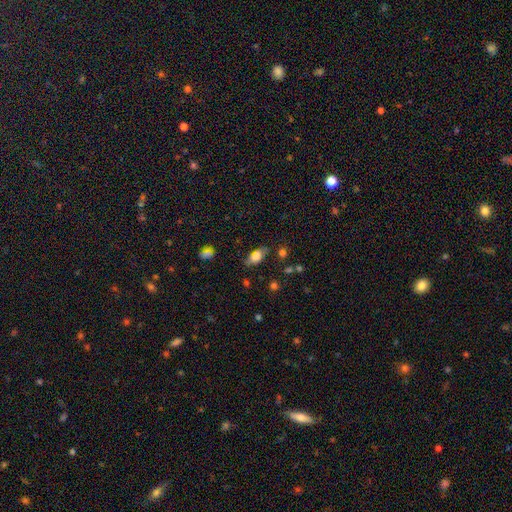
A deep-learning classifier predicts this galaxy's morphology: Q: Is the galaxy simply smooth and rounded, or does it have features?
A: smooth — 72%.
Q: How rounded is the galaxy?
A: in between — 85%.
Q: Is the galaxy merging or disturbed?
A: none — 71%.